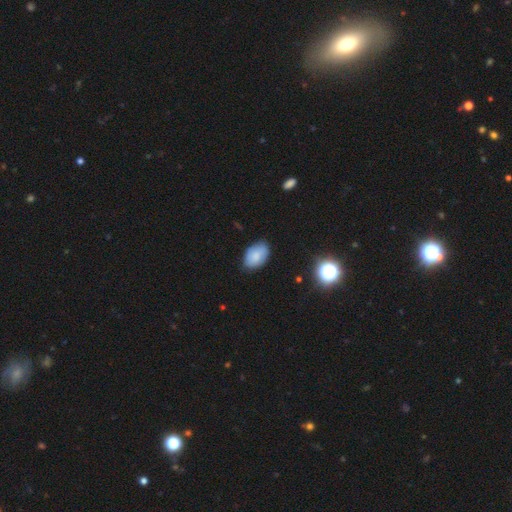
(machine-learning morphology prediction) Smooth or featured?
  - smooth: 82% *
  - featured or disk: 10%
  - star or artifact: 8%
How rounded?
  - in between: 89% *
  - round: 10%
  - cigar-shaped: 1%
Merging?
  - none: 79% *
  - minor disturbance: 17%
  - major disturbance: 3%
  - merger: 1%